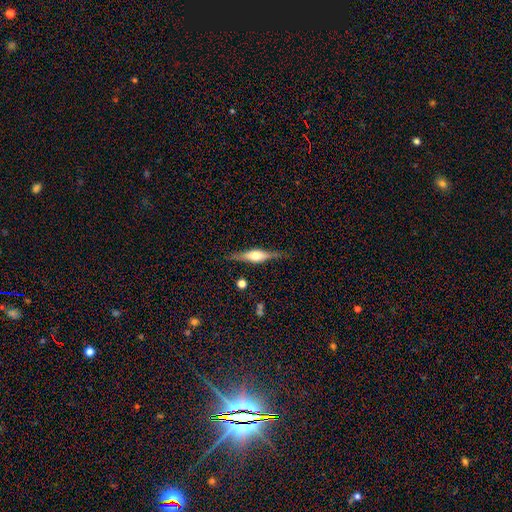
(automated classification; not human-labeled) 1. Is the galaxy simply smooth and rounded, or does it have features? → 72% featured or disk, 22% smooth, 6% star or artifact.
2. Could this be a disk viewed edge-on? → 96% yes, 4% no.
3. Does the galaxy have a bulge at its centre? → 89% rounded, 9% boxy, 2% none.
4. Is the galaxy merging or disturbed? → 83% none, 12% minor disturbance, 3% major disturbance, 2% merger.